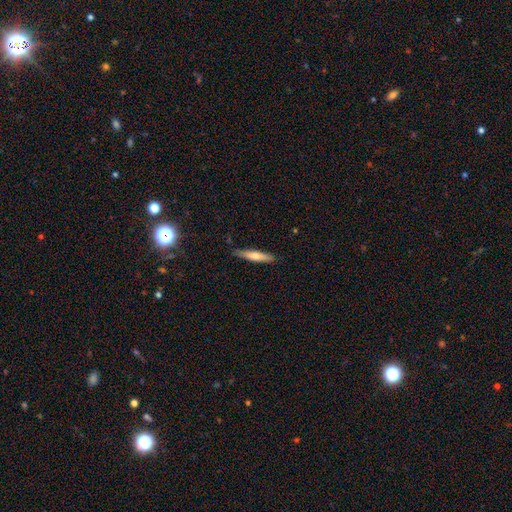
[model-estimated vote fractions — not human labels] Smooth or featured? Predicted: smooth (p=0.60). How rounded? Predicted: cigar-shaped (p=0.87). Merging? Predicted: none (p=0.85).